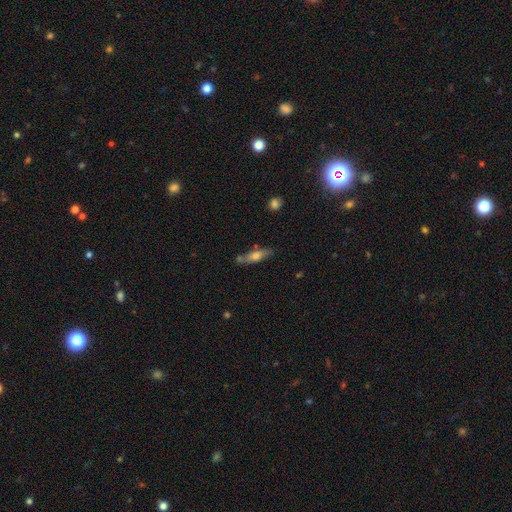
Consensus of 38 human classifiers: Morphology: type=smooth (55%); roundness=cigar-shaped (81%); merging=none (73%).